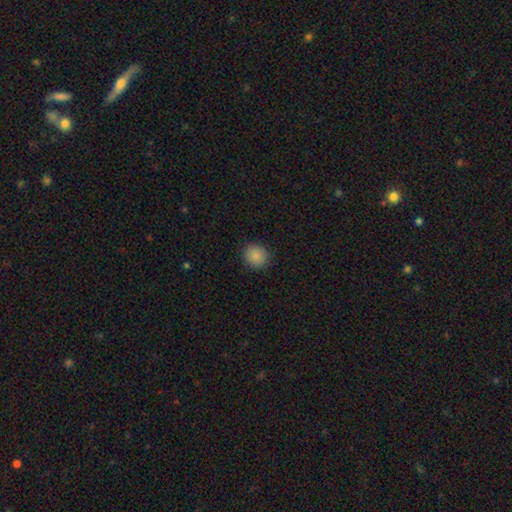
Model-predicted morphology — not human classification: A smooth galaxy with no disk features (87%) that is round (84%). Merging: none (89%).